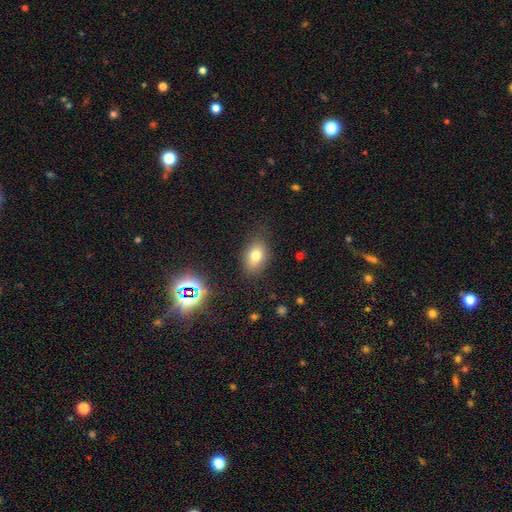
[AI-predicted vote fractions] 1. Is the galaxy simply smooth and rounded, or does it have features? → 75% smooth, 13% star or artifact, 12% featured or disk.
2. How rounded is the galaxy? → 79% in between, 19% round, 2% cigar-shaped.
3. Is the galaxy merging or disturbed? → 81% none, 14% minor disturbance, 4% major disturbance, 2% merger.